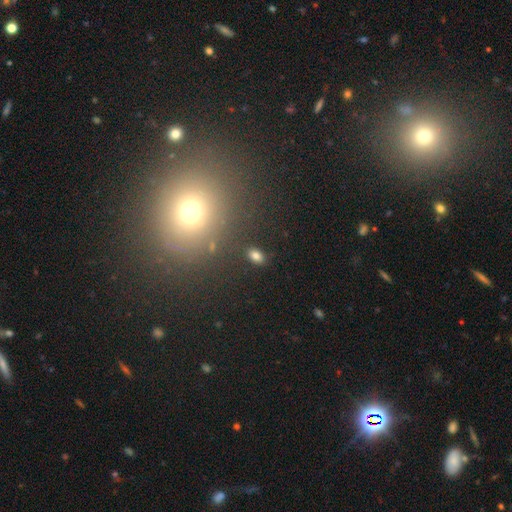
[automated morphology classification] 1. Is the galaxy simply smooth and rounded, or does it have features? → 80% smooth, 13% star or artifact, 7% featured or disk.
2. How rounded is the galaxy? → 86% in between, 12% round, 2% cigar-shaped.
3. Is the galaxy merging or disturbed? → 84% none, 9% minor disturbance, 3% major disturbance, 3% merger.